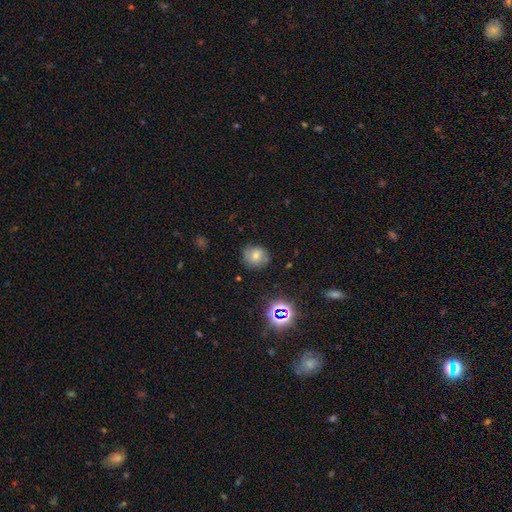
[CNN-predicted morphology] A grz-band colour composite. It shows a smooth galaxy with no disk features (58%) that is round (80%). Merging: none (77%).